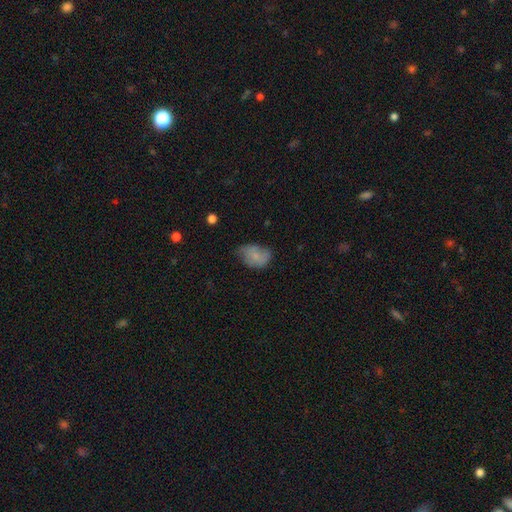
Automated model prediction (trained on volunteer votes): Q: Smooth or featured?
A: smooth (73%); runner-up: featured or disk (19%)
Q: How rounded?
A: in between (77%); runner-up: round (21%)
Q: Merging?
A: none (45%); runner-up: minor disturbance (40%)